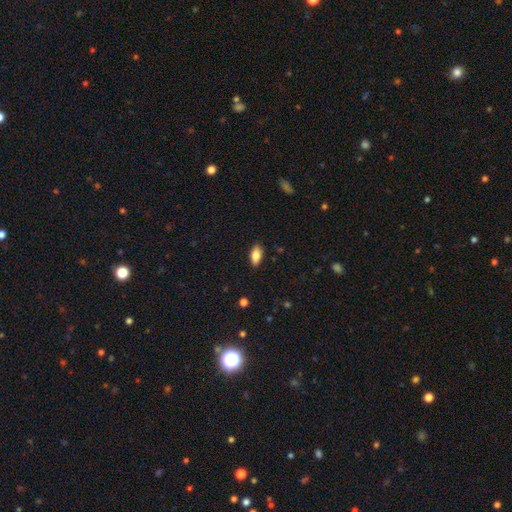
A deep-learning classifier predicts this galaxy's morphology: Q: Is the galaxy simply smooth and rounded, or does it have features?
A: smooth — 79%.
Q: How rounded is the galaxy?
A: in between — 87%.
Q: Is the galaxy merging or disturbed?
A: none — 88%.